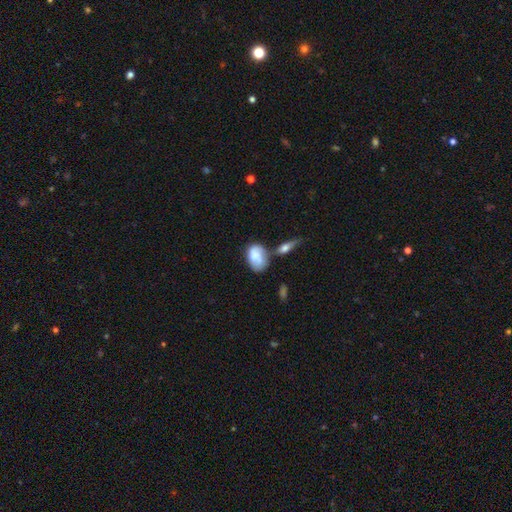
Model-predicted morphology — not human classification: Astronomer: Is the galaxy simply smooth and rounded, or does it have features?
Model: smooth — 72%.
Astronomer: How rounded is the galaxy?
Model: in between — 86%.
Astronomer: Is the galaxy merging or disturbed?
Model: none — 38% (runner-up: minor disturbance, 26%).